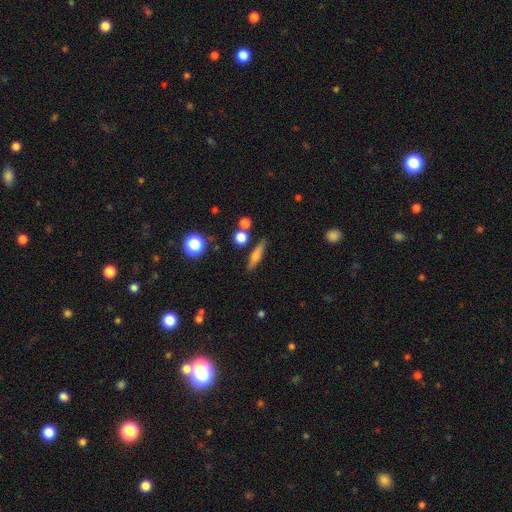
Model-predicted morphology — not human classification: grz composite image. It shows a smooth galaxy with no disk features (54%) that is cigar-shaped (73%). Merging: none (82%).